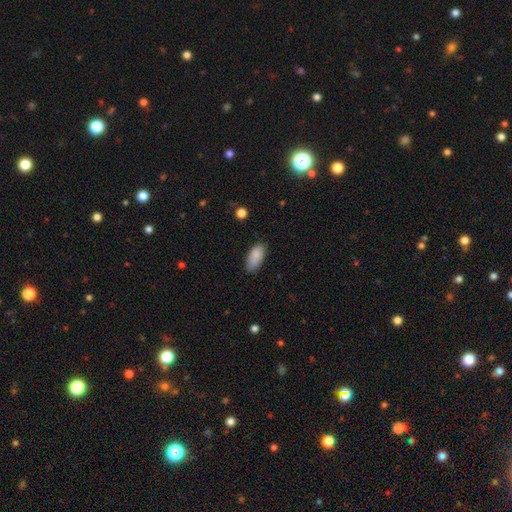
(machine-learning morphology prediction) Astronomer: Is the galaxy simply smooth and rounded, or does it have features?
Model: smooth — 88%.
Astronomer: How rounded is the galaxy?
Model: in between — 89%.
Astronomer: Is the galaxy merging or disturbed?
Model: none — 77%.